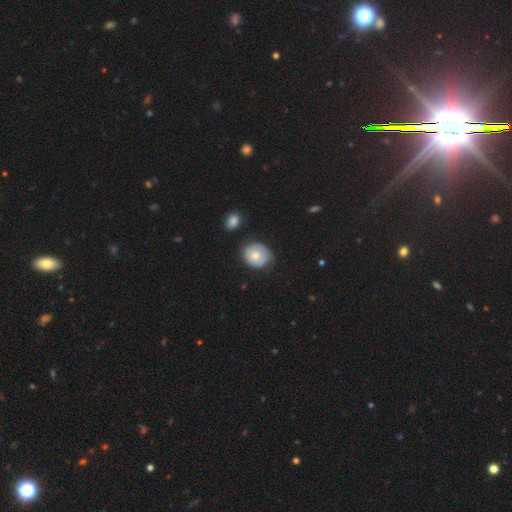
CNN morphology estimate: A smooth galaxy with no disk features (61%) that is round (76%). Merging: none (60%).